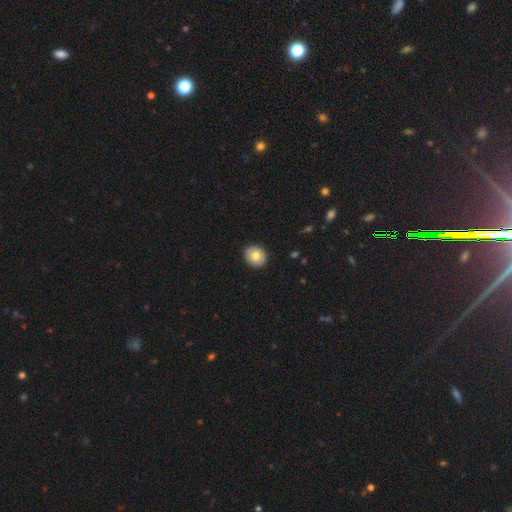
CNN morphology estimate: A smooth galaxy with no disk features (76%) that is round (78%). Merging: none (91%).